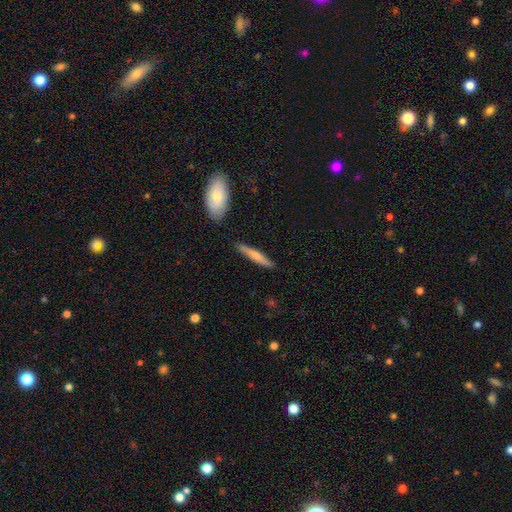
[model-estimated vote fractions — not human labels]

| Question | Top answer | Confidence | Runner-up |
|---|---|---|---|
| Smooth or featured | smooth | 61% | featured or disk (34%) |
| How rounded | cigar-shaped | 92% | in between (7%) |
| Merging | none | 86% | minor disturbance (9%) |